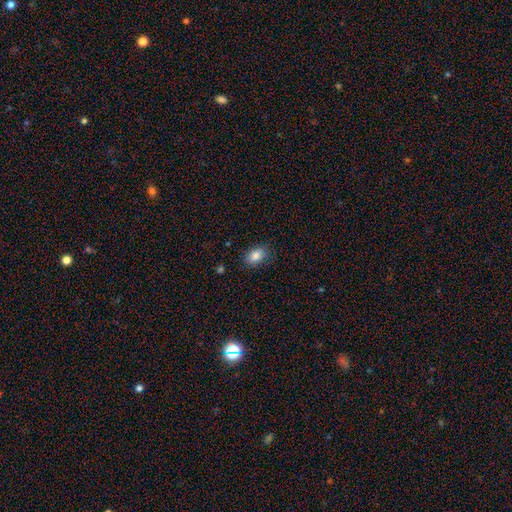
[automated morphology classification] This is clearly a smooth galaxy (84%). How rounded: clearly in between (87%). Merging: clearly none (84%).